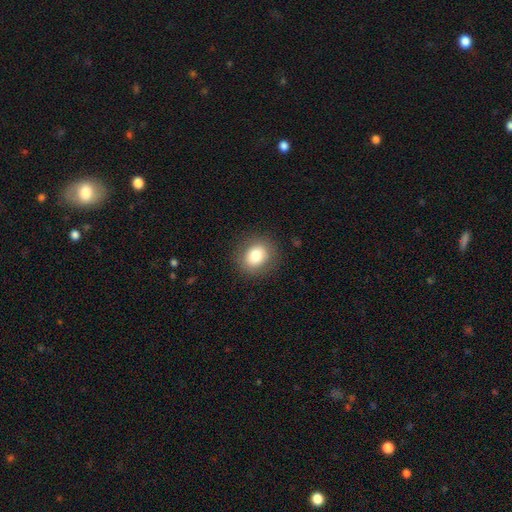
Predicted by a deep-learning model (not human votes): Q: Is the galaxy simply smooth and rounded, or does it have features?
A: smooth — 78%.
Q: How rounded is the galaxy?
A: round — 68%.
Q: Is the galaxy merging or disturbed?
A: none — 86%.